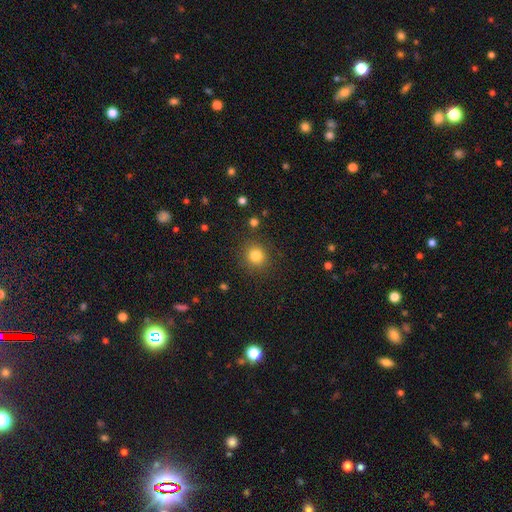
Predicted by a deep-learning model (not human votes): smooth-or-featured: smooth: 82% | star or artifact: 13% | featured or disk: 5%
  how-rounded: round: 90% | in between: 9% | cigar-shaped: 1%
  merging: none: 88% | minor disturbance: 7% | major disturbance: 3% | merger: 2%